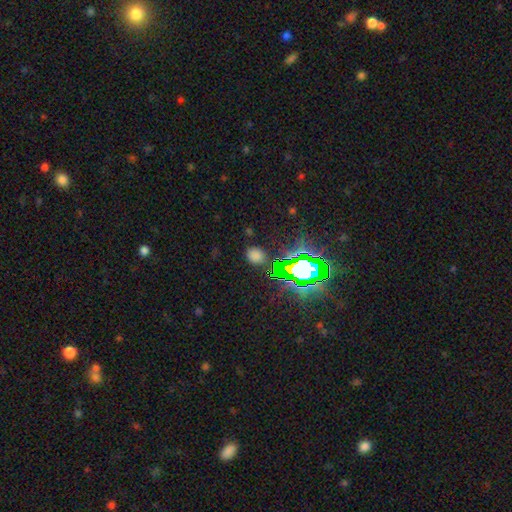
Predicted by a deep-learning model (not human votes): The model was most divided on "smooth or featured": smooth: 60%, star or artifact: 34%, featured or disk: 6%. More confident: merging — none (84%); how rounded — round (65%).